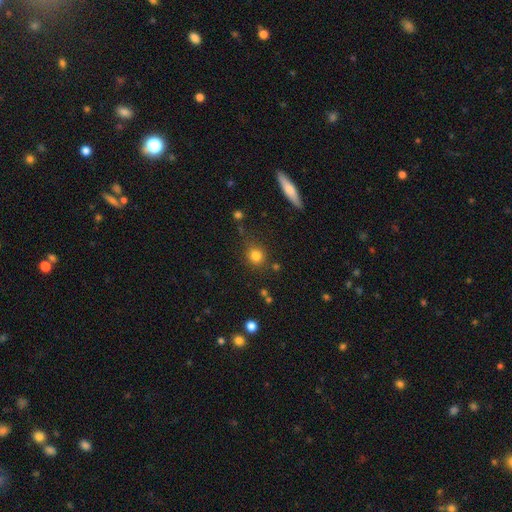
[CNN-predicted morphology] A smooth galaxy with no disk features (81%) that is round (84%).

Vote fractions:
- Smooth or featured? smooth: 81% / star or artifact: 12% / featured or disk: 7%
- How rounded? round: 84% / in between: 15% / cigar-shaped: 2%
- Merging? none: 80% / minor disturbance: 12% / merger: 4% / major disturbance: 4%